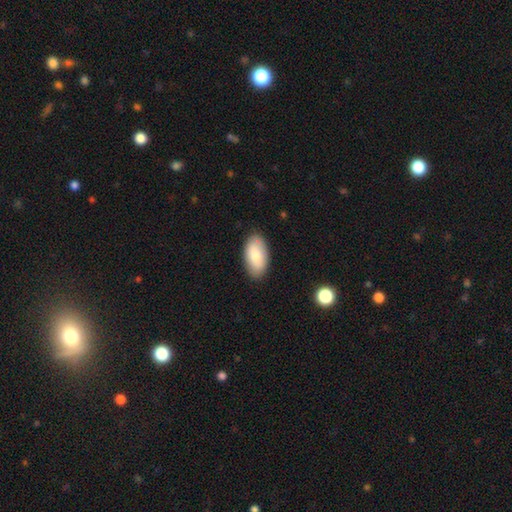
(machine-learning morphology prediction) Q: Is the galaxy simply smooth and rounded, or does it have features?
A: smooth — 74%.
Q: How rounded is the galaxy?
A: in between — 95%.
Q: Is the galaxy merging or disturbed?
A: none — 82%.